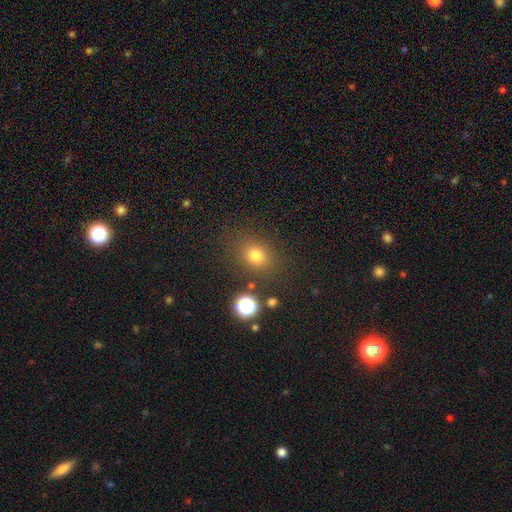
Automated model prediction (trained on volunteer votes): Smooth or featured: smooth — 75% (star or artifact — 17%)
How rounded: round — 63% (in between — 36%)
Merging: none — 81% (minor disturbance — 11%)